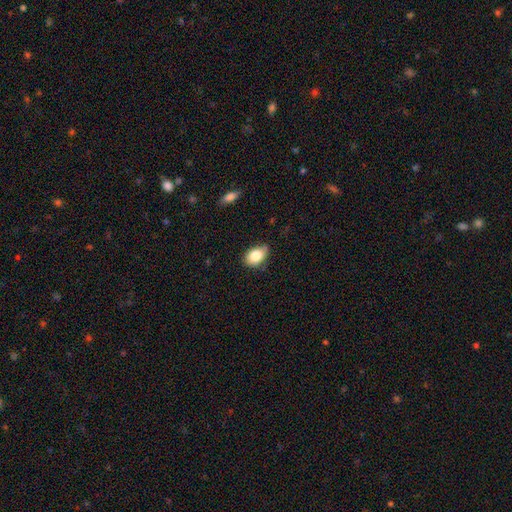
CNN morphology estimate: type=smooth (82%); roundness=in between (78%); merging=none (64%).